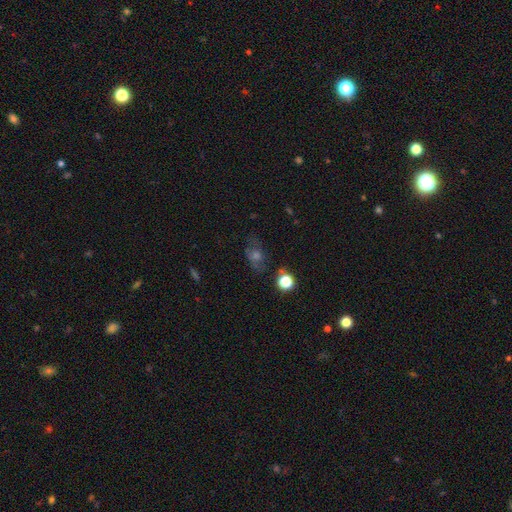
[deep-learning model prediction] Morphology: type=smooth (38%); merging=none (71%).